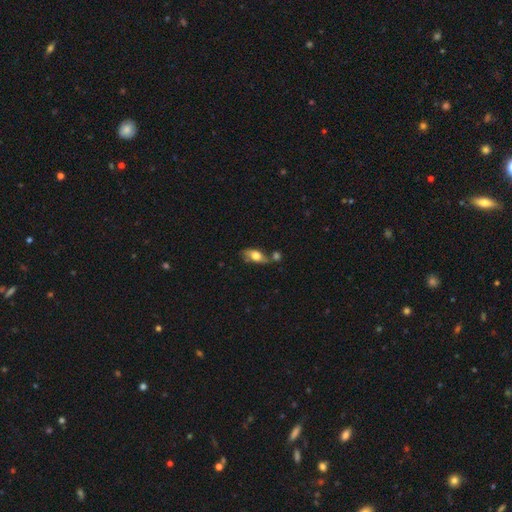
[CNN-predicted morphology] Smooth or featured?
  - smooth: 60% *
  - featured or disk: 32%
  - star or artifact: 8%
How rounded?
  - in between: 81% *
  - cigar-shaped: 13%
  - round: 6%
Merging?
  - none: 46% *
  - merger: 26%
  - minor disturbance: 19%
  - major disturbance: 8%